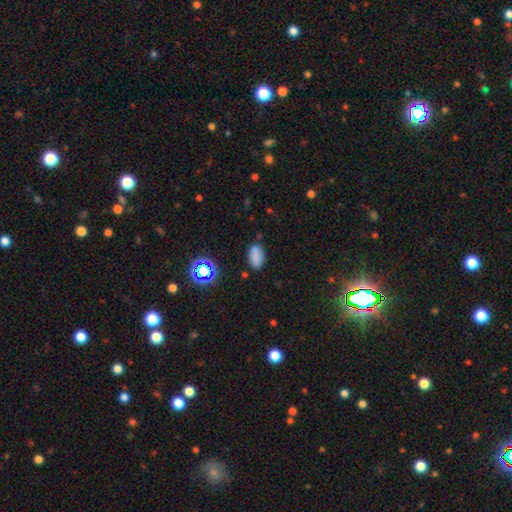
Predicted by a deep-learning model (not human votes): Smooth or featured? smooth (79%)
How rounded? in between (91%)
Merging? none (80%)